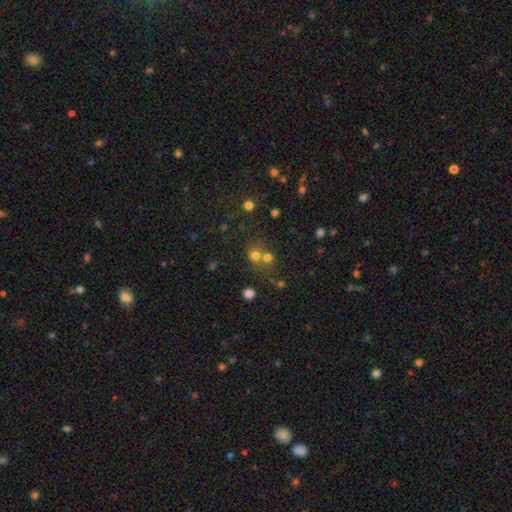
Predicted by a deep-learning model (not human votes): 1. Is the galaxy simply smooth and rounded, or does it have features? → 68% smooth, 21% star or artifact, 11% featured or disk.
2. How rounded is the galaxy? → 82% round, 17% in between, 1% cigar-shaped.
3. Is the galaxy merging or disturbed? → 45% merger (tied), 45% none (tied), 7% minor disturbance, 4% major disturbance.